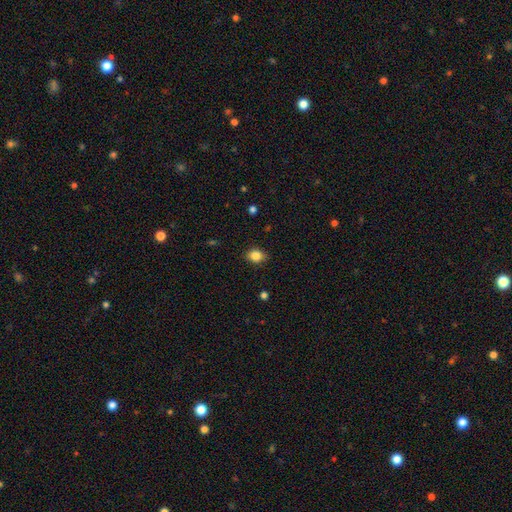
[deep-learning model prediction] A smooth galaxy with no disk features (85%) that is in between round and cigar-shaped (56%). Merging: none (85%).